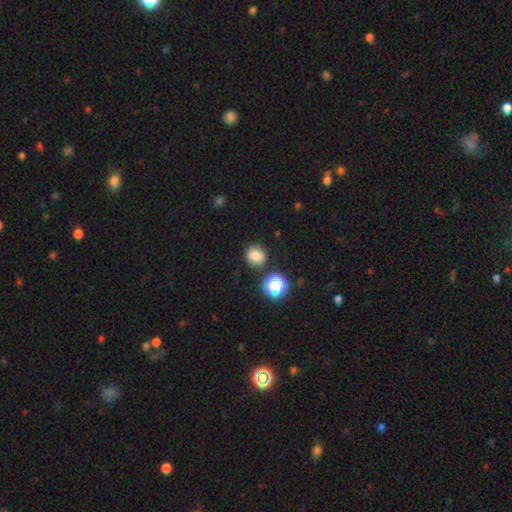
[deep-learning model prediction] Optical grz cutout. It shows a smooth galaxy with no disk features (79%) that is round (73%). Merging: none (79%).